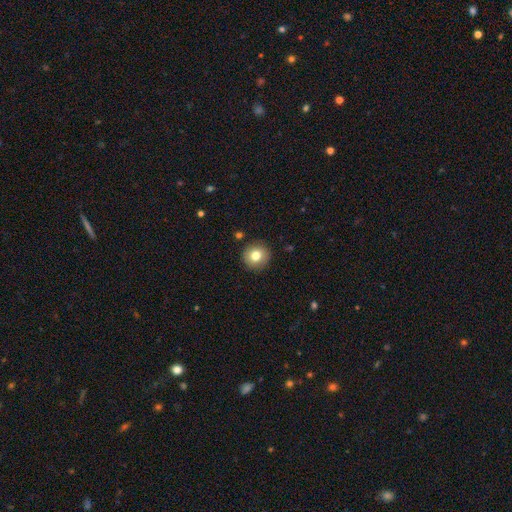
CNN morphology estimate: smooth_or_featured: smooth (p=0.80) [alt: featured or disk p=0.10]
how_rounded: round (p=0.93) [alt: in between p=0.06]
merging: none (p=0.91) [alt: minor disturbance p=0.06]